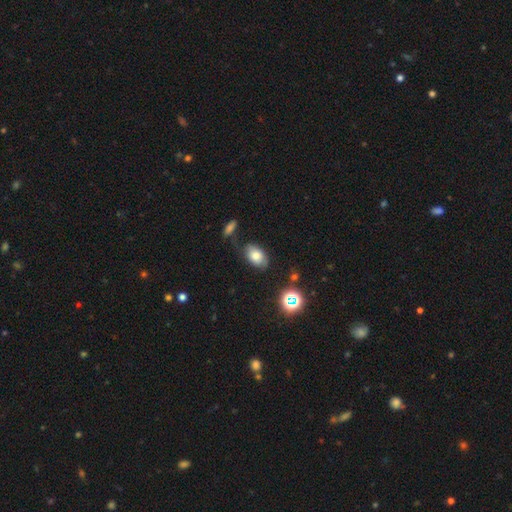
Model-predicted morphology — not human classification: Smooth or featured? Predicted: smooth (p=0.71). How rounded? Predicted: in between (p=0.88). Merging? Predicted: none (p=0.67).